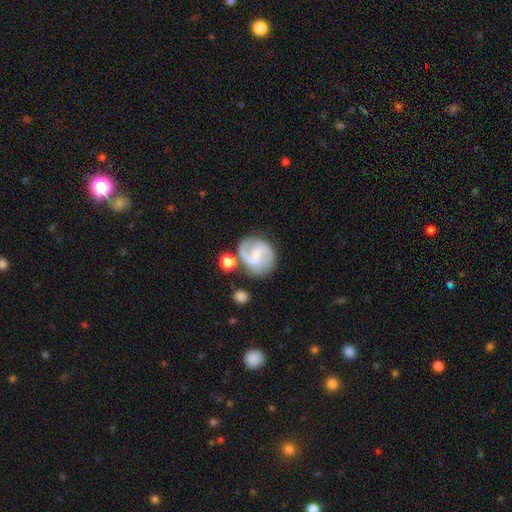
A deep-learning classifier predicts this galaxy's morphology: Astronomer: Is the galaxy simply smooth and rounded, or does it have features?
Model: featured or disk — 82%.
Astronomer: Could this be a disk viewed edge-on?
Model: no — 98%.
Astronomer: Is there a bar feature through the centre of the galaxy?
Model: weak — 52% (runner-up: no, 28%).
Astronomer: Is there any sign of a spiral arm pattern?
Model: yes — 96%.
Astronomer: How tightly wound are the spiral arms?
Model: medium — 52% (runner-up: loose, 31%).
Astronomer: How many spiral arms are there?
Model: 2 — 88%.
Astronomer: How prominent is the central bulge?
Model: small — 63%.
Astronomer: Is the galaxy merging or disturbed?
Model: none — 68%.